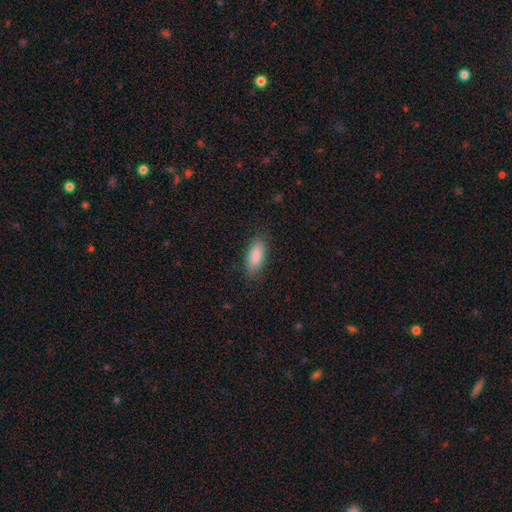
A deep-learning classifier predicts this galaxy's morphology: A smooth galaxy with no disk features (87%) that is in between round and cigar-shaped (83%). Merging: none (83%).